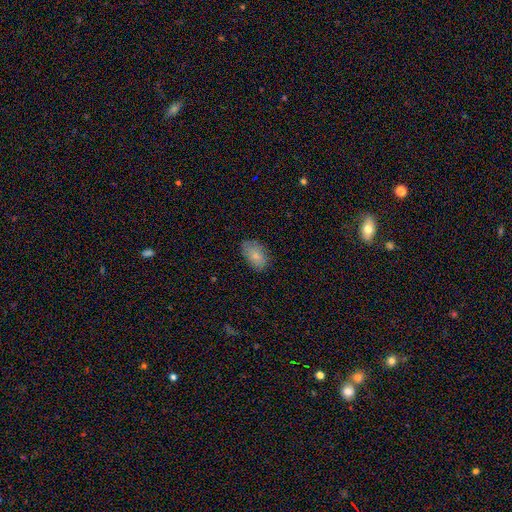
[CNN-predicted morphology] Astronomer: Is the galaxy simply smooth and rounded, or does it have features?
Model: smooth — 78%.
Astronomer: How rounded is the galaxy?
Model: in between — 90%.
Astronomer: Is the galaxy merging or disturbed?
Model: none — 78%.